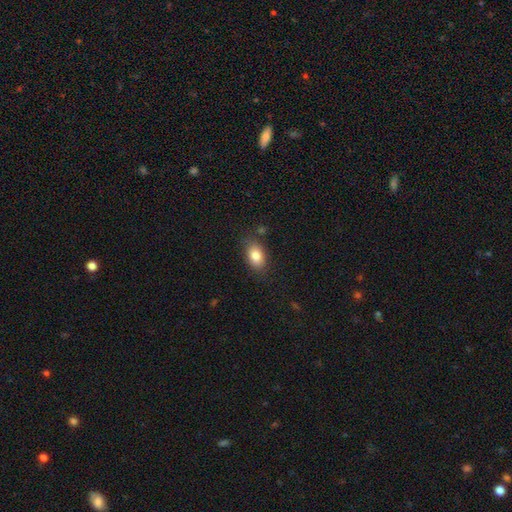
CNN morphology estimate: smooth 83%, featured or disk 9%, star or artifact 8%. Down the decision tree: how rounded — in between (86%); merging — none (80%).